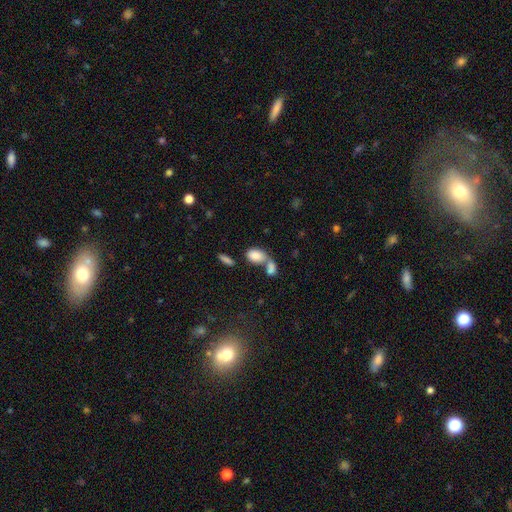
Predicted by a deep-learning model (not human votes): smooth 83%, featured or disk 9%, star or artifact 8%. Down the decision tree: how rounded — in between (86%); merging — merger (53%).